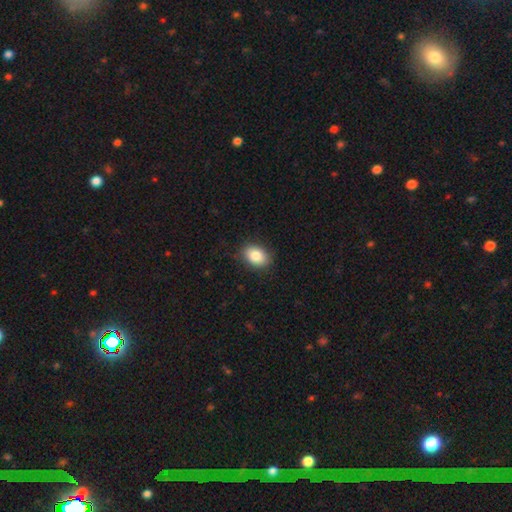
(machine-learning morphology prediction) Smooth or featured? smooth (84%)
How rounded? in between (76%)
Merging? none (87%)